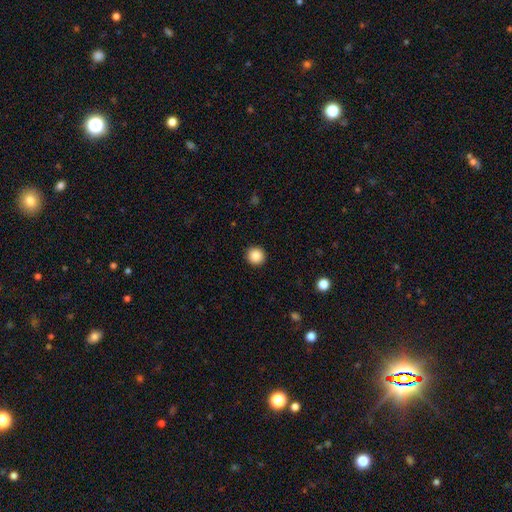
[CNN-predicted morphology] Smooth or featured: smooth — 87% (star or artifact — 10%)
How rounded: round — 95% (in between — 4%)
Merging: none — 93% (minor disturbance — 5%)